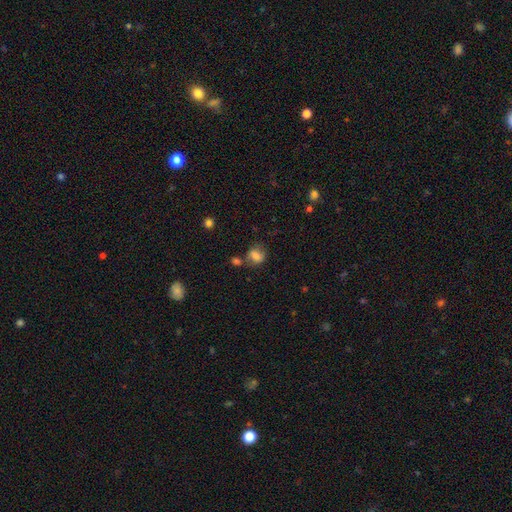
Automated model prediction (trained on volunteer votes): This is likely a smooth galaxy (78%). How rounded: possibly in between (52%). Merging: possibly none (54%).